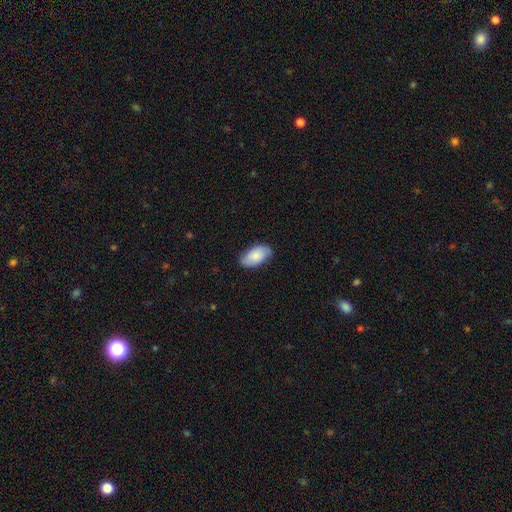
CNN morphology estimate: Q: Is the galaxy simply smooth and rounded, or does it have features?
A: smooth — 77%.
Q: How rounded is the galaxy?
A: in between — 95%.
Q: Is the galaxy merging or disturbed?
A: none — 78%.